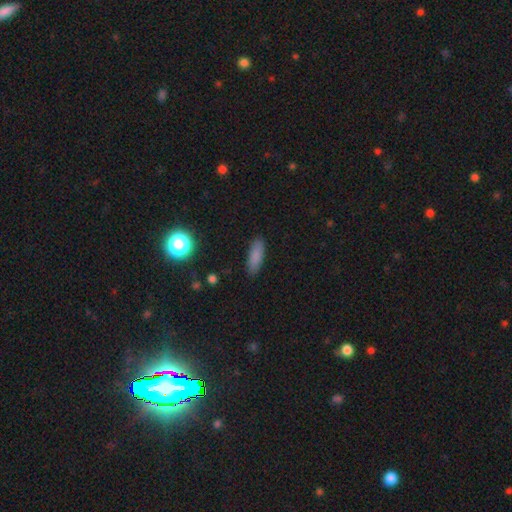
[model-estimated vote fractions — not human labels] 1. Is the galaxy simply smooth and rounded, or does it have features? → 84% smooth, 9% star or artifact, 7% featured or disk.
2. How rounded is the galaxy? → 58% in between, 40% cigar-shaped, 2% round.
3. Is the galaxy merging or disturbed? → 88% none, 9% minor disturbance, 2% major disturbance, 1% merger.